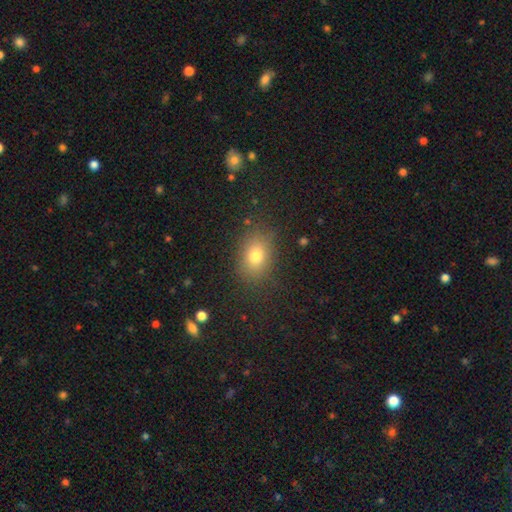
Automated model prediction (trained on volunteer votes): Morphology: type=smooth (76%); roundness=in between (66%); merging=none (84%).